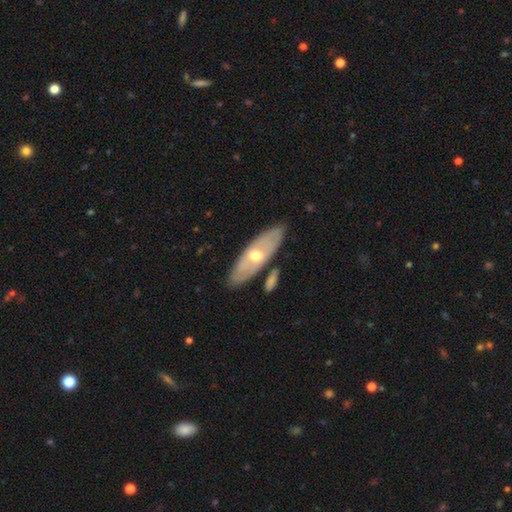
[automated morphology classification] Smooth or featured? Predicted: featured or disk (p=0.62). Edge-on disk? Predicted: no (p=0.69). Merging? Predicted: none (p=0.82).